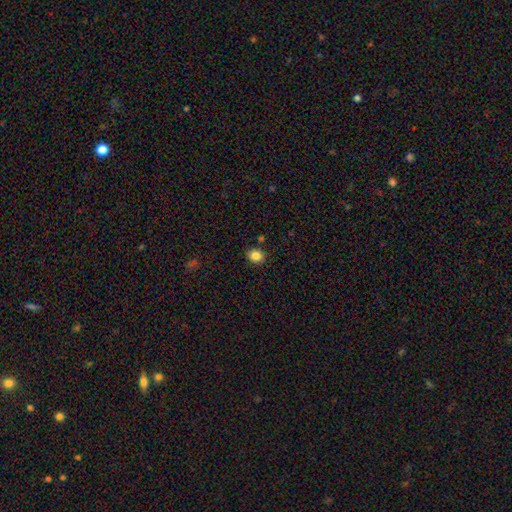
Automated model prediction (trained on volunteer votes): Smooth or featured? Predicted: smooth (p=0.85). How rounded? Predicted: round (p=0.60). Merging? Predicted: none (p=0.86).